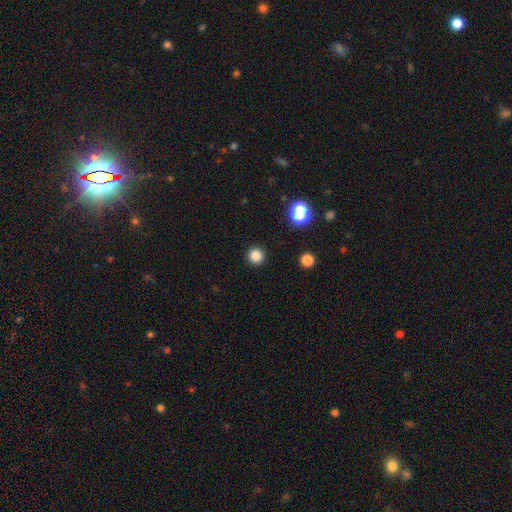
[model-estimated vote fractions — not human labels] This appears to be a smooth galaxy with no disk features (83%) that is round (96%). Merging: none (93%).